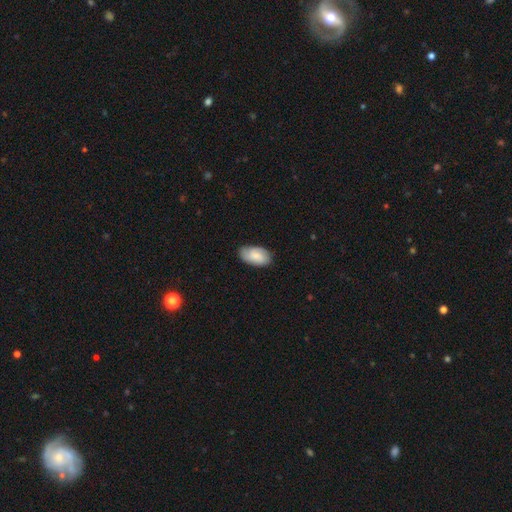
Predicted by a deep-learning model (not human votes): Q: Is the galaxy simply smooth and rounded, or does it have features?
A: smooth — 69%.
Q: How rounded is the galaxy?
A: in between — 94%.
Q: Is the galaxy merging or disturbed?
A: none — 75%.